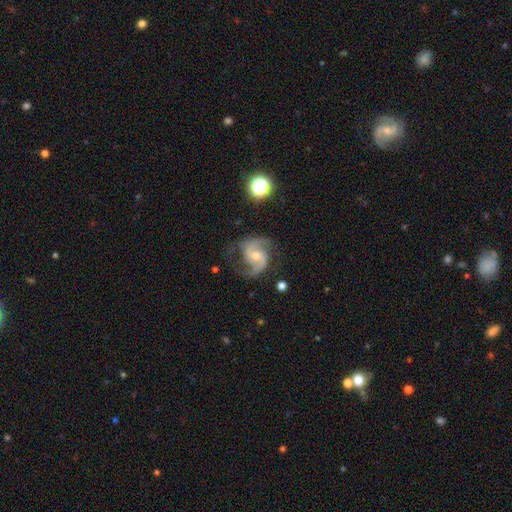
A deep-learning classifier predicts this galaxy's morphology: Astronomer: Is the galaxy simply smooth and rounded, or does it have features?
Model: featured or disk — 89%.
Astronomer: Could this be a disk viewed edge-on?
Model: no — 98%.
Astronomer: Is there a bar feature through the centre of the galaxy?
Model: no — 49% (runner-up: weak, 40%).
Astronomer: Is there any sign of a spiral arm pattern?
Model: yes — 98%.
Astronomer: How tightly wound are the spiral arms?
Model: medium — 58%.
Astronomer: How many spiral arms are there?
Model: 2 — 91%.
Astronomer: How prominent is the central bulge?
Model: moderate — 48% (runner-up: small, 47%).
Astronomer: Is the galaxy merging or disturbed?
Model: none — 71%.